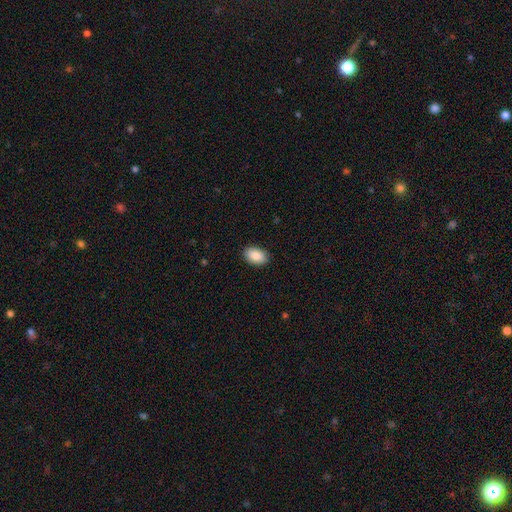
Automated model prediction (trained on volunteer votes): This is clearly a smooth galaxy (89%). How rounded: clearly in between (92%). Merging: clearly none (90%).